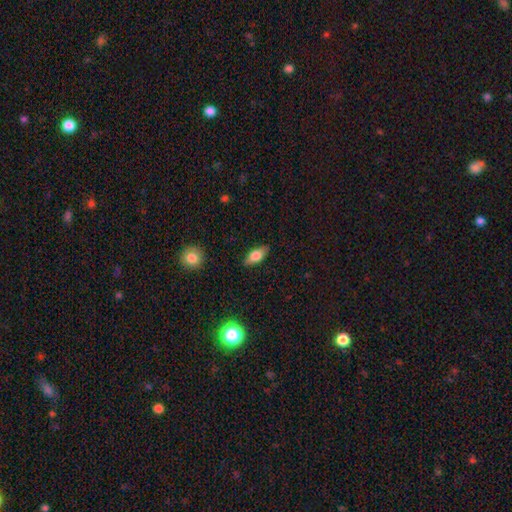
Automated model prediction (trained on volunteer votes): A smooth galaxy with no disk features (69%) that is in between round and cigar-shaped (82%). Merging: none (86%).